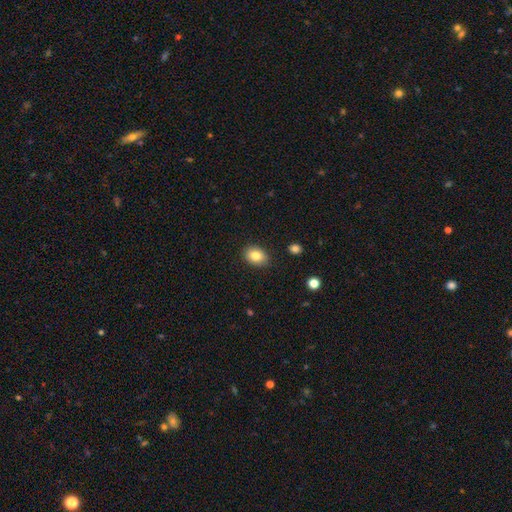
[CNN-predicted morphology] type=smooth (83%); roundness=in between (73%); merging=none (87%).